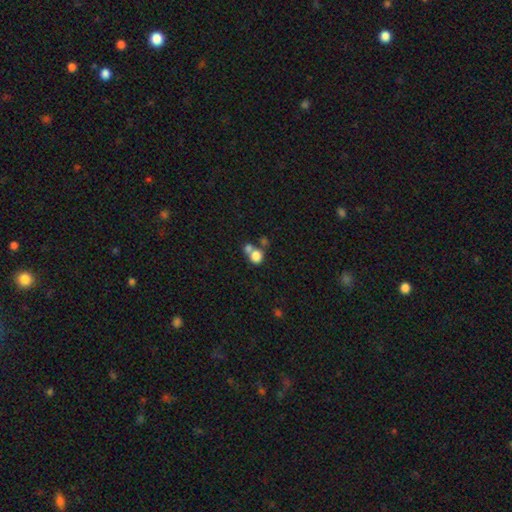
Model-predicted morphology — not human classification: smooth-or-featured: smooth: 79% | star or artifact: 11% | featured or disk: 10%
  how-rounded: round: 73% | in between: 26% | cigar-shaped: 1%
  merging: merger: 48% | none: 39% | minor disturbance: 8% | major disturbance: 5%